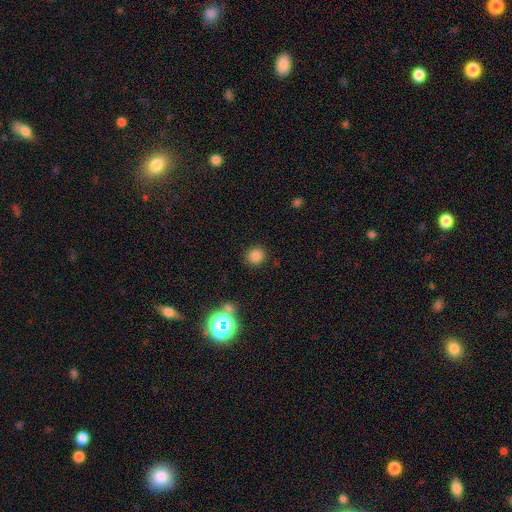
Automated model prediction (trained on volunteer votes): A smooth galaxy with no disk features (80%) that is round (90%).

Vote fractions:
- Smooth or featured? smooth: 80% / star or artifact: 15% / featured or disk: 4%
- How rounded? round: 90% / in between: 9% / cigar-shaped: 1%
- Merging? none: 89% / minor disturbance: 7% / major disturbance: 3% / merger: 2%